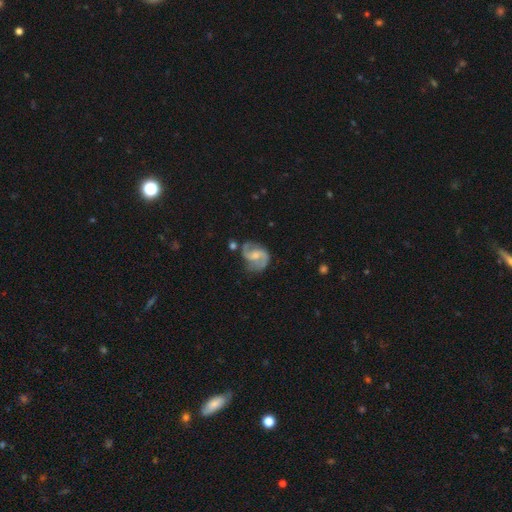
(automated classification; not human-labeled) Overall: featured or disk (86%). Edge-on disk: no (98%). Bar: weak (48%; no 39%). Spiral arms: yes (96%). Spiral arm count: 2 (88%). Spiral winding: medium (54%; loose 31%). Bulge size: small (44%; moderate 40%). Merging: none (66%).